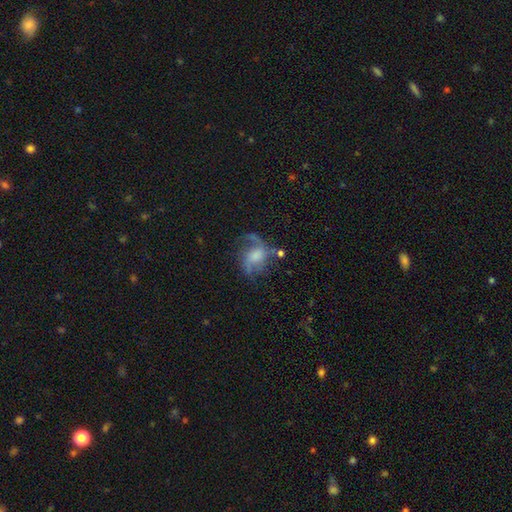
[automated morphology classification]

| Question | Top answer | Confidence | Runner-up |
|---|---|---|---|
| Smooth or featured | featured or disk | 70% | smooth (21%) |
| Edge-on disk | no | 97% | yes (3%) |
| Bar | no | 55% | weak (36%) |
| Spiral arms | yes | 89% | no (11%) |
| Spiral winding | loose | 53% | medium (37%) |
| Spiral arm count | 2 | 61% | 1 (13%) |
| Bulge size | moderate | 34% | large (23%) |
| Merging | none | 46% | major disturbance (27%) |